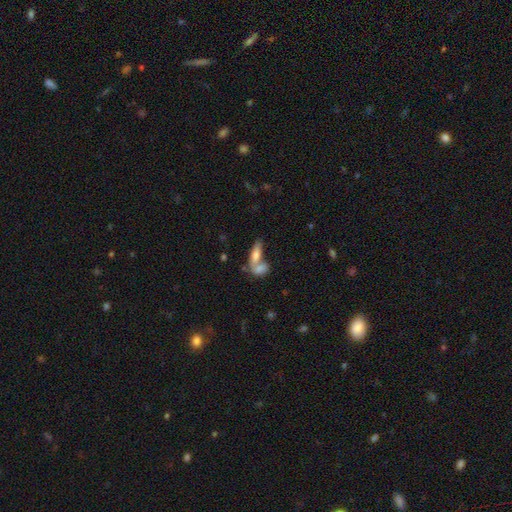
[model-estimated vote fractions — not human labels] smooth_or_featured: smooth (p=0.68) [alt: featured or disk p=0.24]
how_rounded: in between (p=0.59) [alt: cigar-shaped p=0.37]
merging: merger (p=0.54) [alt: none p=0.34]